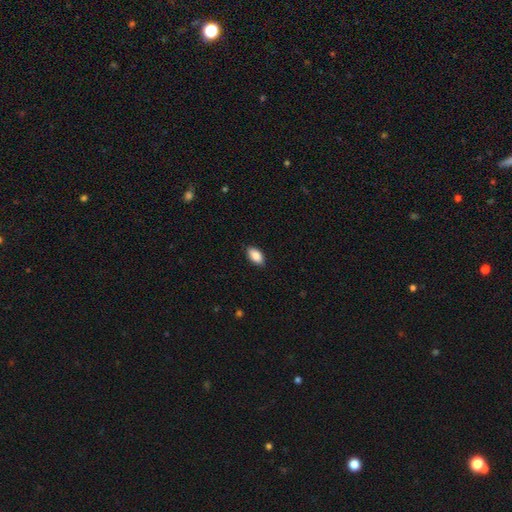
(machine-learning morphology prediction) This appears to be a smooth galaxy with no disk features (88%) that is in between round and cigar-shaped (94%). Merging: none (87%).